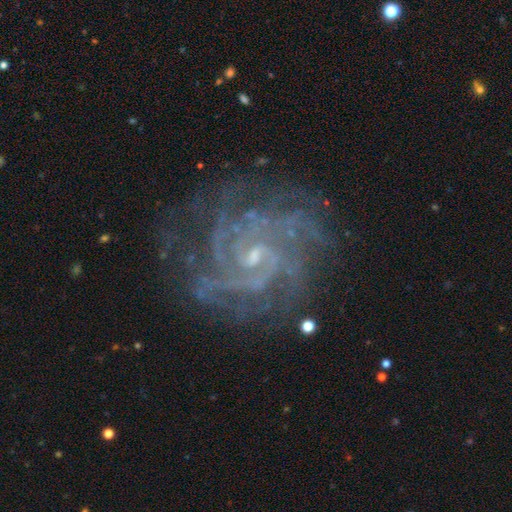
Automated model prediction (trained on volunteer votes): Q: Smooth or featured?
A: featured or disk (89%); runner-up: star or artifact (8%)
Q: Edge-on disk?
A: no (98%); runner-up: yes (2%)
Q: Bar?
A: no (50%); runner-up: weak (39%)
Q: Spiral arms?
A: yes (98%); runner-up: no (2%)
Q: Spiral winding?
A: tight (66%); runner-up: medium (29%)
Q: Spiral arm count?
A: can't tell (25%); runner-up: 4 (19%)
Q: Bulge size?
A: small (77%); runner-up: moderate (16%)
Q: Merging?
A: none (75%); runner-up: minor disturbance (15%)